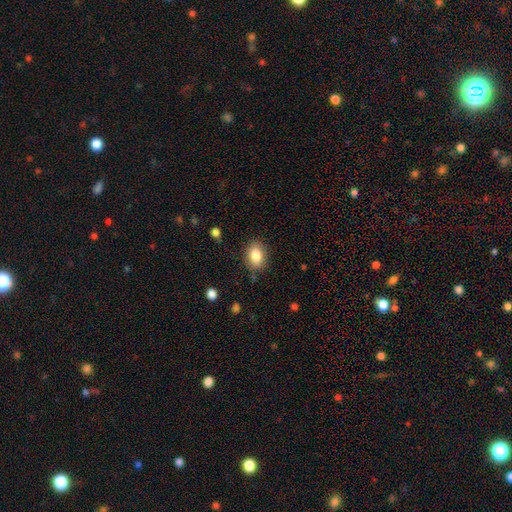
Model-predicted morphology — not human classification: Overall: smooth (85%). How rounded: in between (73%). Merging: none (84%).